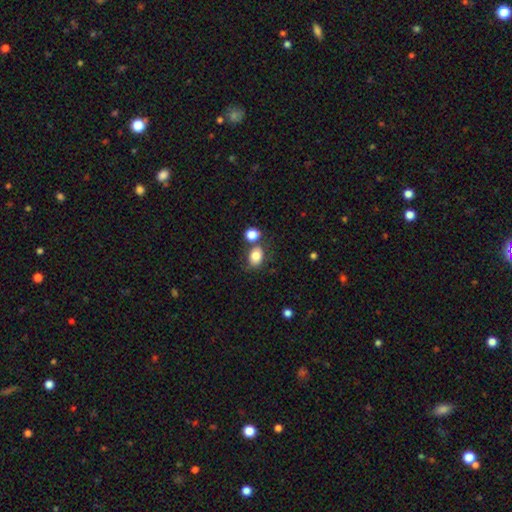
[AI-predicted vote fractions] This is clearly a smooth galaxy (81%). How rounded: likely in between (67%). Merging: possibly none (59%).